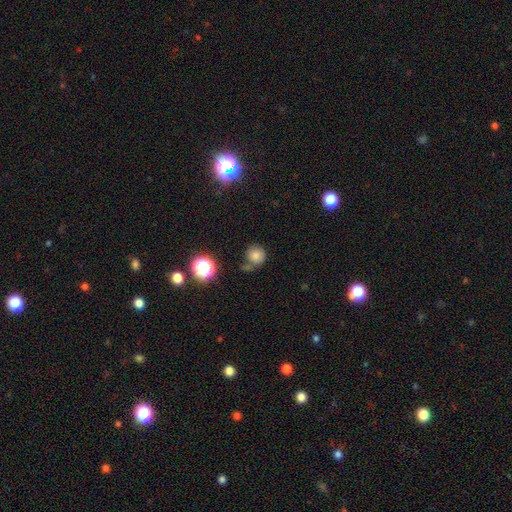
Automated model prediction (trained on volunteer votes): Smooth or featured?
  - smooth: 76% *
  - star or artifact: 15%
  - featured or disk: 9%
How rounded?
  - round: 90% *
  - in between: 9%
  - cigar-shaped: 1%
Merging?
  - none: 63% *
  - minor disturbance: 16%
  - merger: 15%
  - major disturbance: 6%